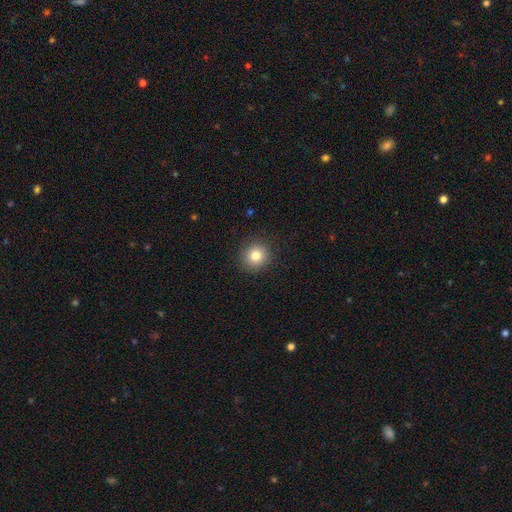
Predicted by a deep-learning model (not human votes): Q: Smooth or featured?
A: smooth (82%); runner-up: star or artifact (11%)
Q: How rounded?
A: round (90%); runner-up: in between (10%)
Q: Merging?
A: none (90%); runner-up: minor disturbance (7%)